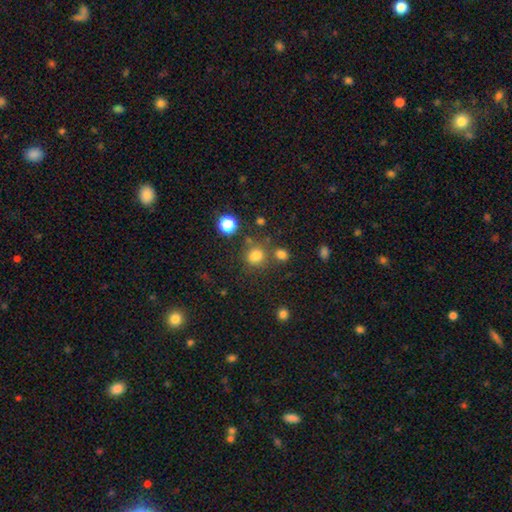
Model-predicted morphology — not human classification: smooth 78%, star or artifact 16%, featured or disk 6%. Down the decision tree: how rounded — round (74%); merging — none (66%).